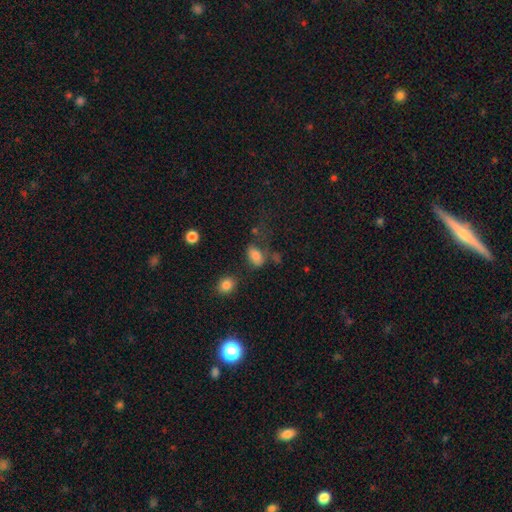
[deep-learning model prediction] This is clearly a smooth galaxy (80%). How rounded: clearly in between (86%). Merging: possibly none (53%).